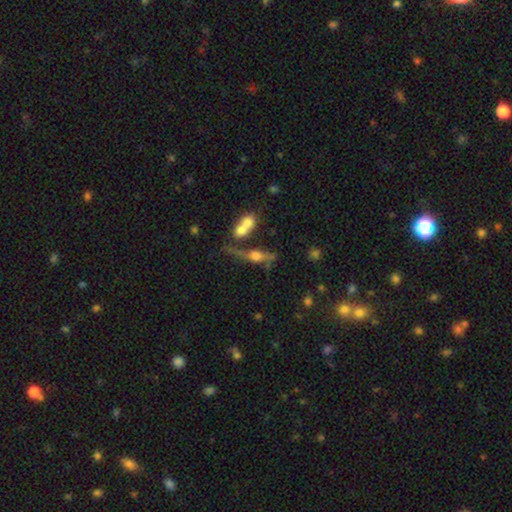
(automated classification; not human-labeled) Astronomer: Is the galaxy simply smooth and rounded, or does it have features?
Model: featured or disk — 61%.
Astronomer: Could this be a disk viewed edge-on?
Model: yes — 81%.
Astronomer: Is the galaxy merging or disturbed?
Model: none — 44% (runner-up: merger, 30%).